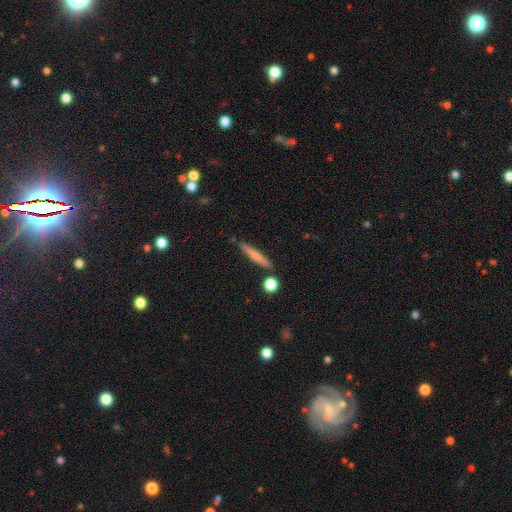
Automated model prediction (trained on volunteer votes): Smooth or featured? smooth (68%)
How rounded? cigar-shaped (93%)
Merging? none (85%)